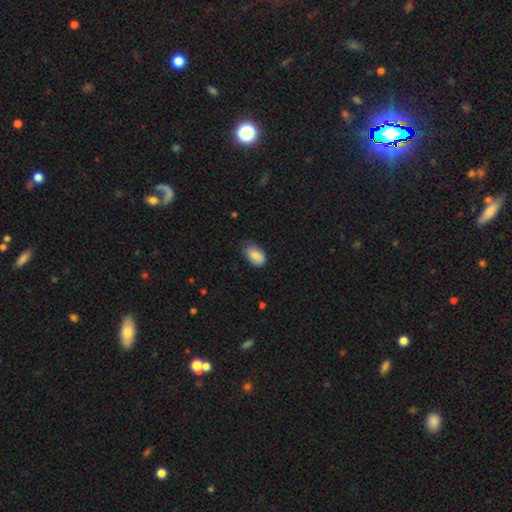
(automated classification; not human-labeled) smooth-or-featured: smooth: 86% | star or artifact: 7% | featured or disk: 7%
  how-rounded: in between: 92% | round: 7% | cigar-shaped: 1%
  merging: none: 65% | minor disturbance: 30% | major disturbance: 4% | merger: 1%